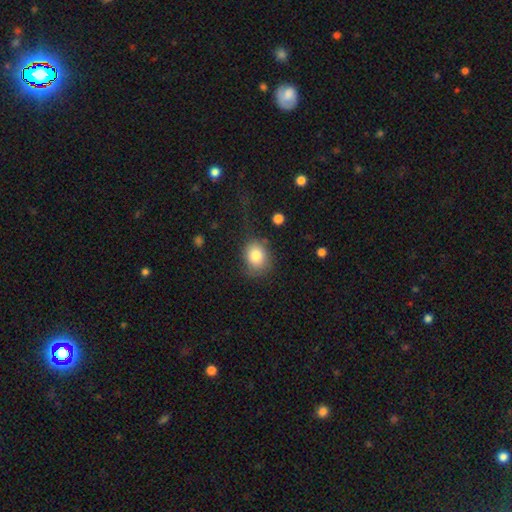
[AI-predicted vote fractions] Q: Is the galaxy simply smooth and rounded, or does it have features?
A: smooth — 81%.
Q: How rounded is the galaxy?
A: round — 61%.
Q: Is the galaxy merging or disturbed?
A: none — 65%.